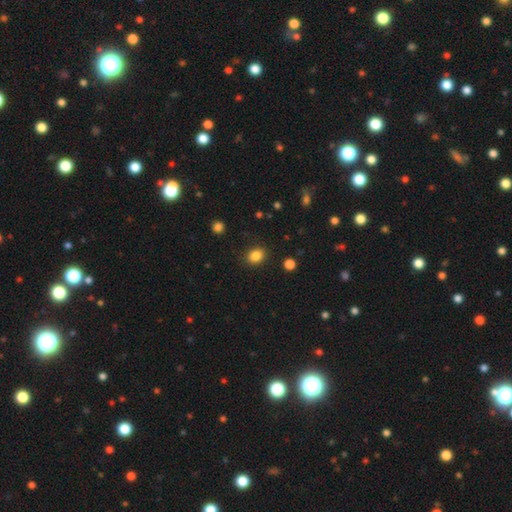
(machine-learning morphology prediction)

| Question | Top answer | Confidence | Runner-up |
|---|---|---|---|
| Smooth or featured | smooth | 85% | star or artifact (10%) |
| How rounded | in between | 57% | round (42%) |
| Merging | none | 87% | minor disturbance (9%) |